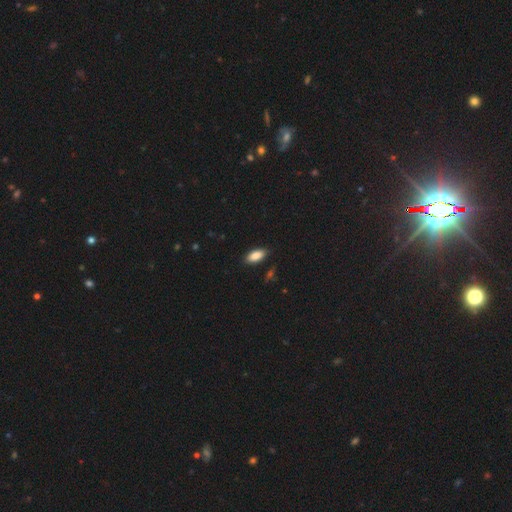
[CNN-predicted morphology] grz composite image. It shows a smooth galaxy with no disk features (87%) that is in between round and cigar-shaped (88%). Merging: none (87%).